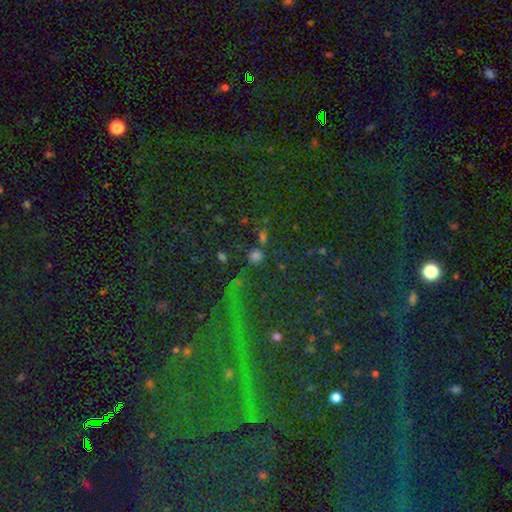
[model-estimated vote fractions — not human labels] smooth-or-featured: smooth: 63% | star or artifact: 30% | featured or disk: 7%
  how-rounded: round: 83% | in between: 15% | cigar-shaped: 2%
  merging: none: 69% | merger: 15% | minor disturbance: 10% | major disturbance: 6%